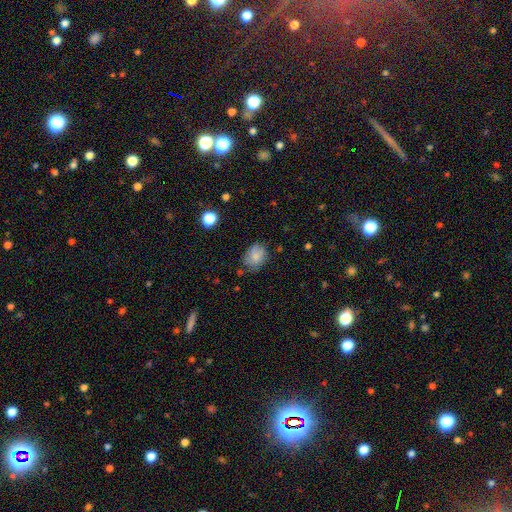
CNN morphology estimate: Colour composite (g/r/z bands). It shows a smooth galaxy with no disk features (79%) that is in between round and cigar-shaped (56%). Merging: none (63%).